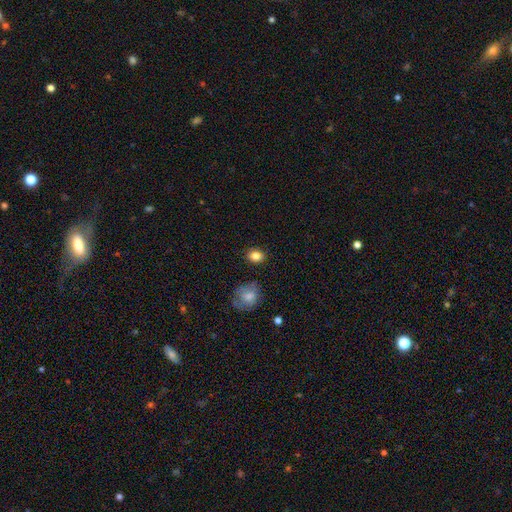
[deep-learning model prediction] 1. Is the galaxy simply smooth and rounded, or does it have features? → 84% smooth, 10% star or artifact, 6% featured or disk.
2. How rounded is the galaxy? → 52% round, 47% in between, 1% cigar-shaped.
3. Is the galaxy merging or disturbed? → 86% none, 10% minor disturbance, 2% major disturbance, 2% merger.